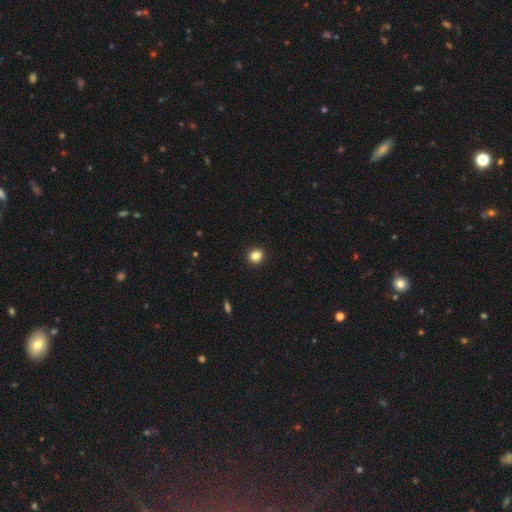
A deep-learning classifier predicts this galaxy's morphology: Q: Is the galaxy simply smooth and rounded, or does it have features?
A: smooth — 84%.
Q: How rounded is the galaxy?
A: round — 87%.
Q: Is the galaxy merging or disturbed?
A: none — 93%.